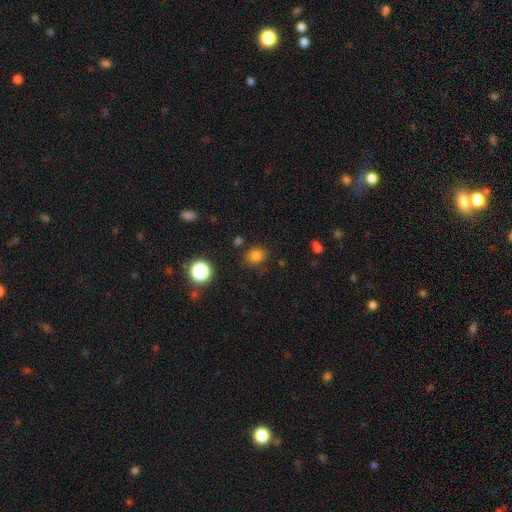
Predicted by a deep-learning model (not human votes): The model was most divided on "how rounded": round: 70%, in between: 29%, cigar-shaped: 1%. More confident: merging — none (82%); smooth or featured — smooth (78%).